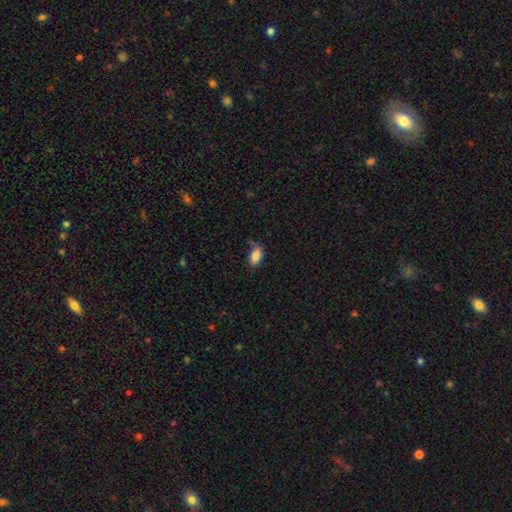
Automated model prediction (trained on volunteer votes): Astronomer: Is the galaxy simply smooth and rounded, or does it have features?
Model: smooth — 85%.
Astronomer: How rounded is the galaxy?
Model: in between — 91%.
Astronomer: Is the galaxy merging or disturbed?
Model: none — 64%.